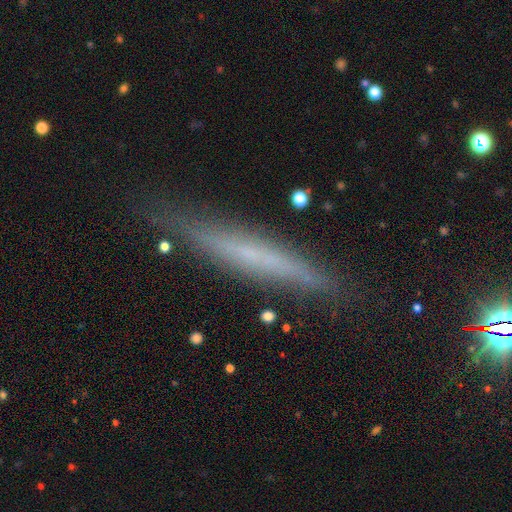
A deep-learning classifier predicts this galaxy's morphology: Smooth or featured? featured or disk (53%)
Edge-on disk? yes (92%)
Merging? none (84%)